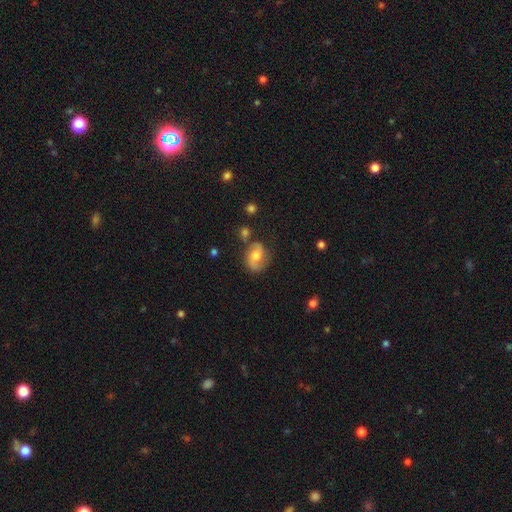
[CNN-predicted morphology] Smooth or featured?
  - featured or disk: 56% *
  - smooth: 35%
  - star or artifact: 9%
Edge-on disk?
  - no: 97% *
  - yes: 3%
Bar?
  - no: 54% *
  - weak: 37%
  - strong: 9%
Spiral arms?
  - yes: 85% *
  - no: 15%
Bulge size?
  - moderate: 68% *
  - small: 14%
  - large: 14%
  - none: 3%
  - dominant: 2%
Merging?
  - none: 60% *
  - minor disturbance: 23%
  - major disturbance: 10%
  - merger: 8%